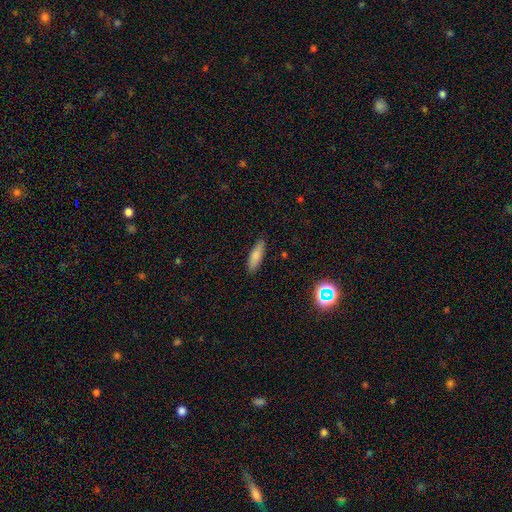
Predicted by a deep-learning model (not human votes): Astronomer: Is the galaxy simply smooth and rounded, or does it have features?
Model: smooth — 81%.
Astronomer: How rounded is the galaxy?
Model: cigar-shaped — 54% (runner-up: in between, 44%).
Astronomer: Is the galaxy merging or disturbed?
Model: none — 87%.